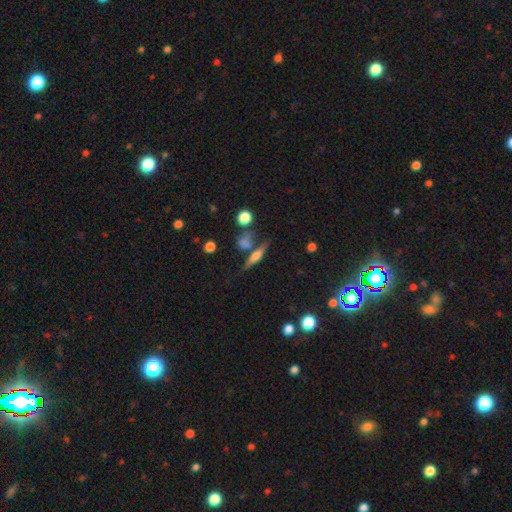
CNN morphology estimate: type=featured or disk (54%); edge-on=yes (92%); edge-on bulge=rounded (81%); merging=none (67%).